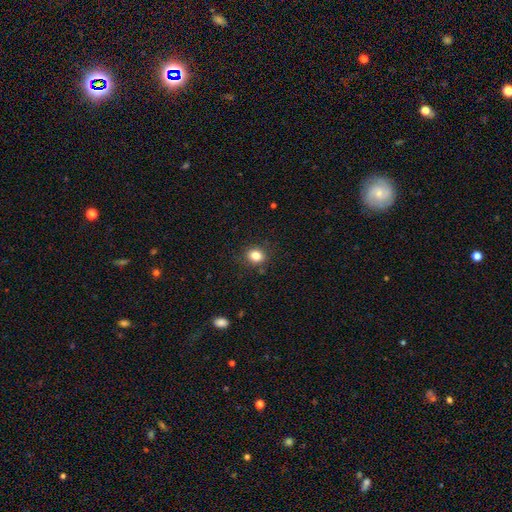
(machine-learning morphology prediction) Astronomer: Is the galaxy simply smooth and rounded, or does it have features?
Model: smooth — 82%.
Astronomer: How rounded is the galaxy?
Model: round — 61% (runner-up: in between, 38%).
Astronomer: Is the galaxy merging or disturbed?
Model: none — 86%.